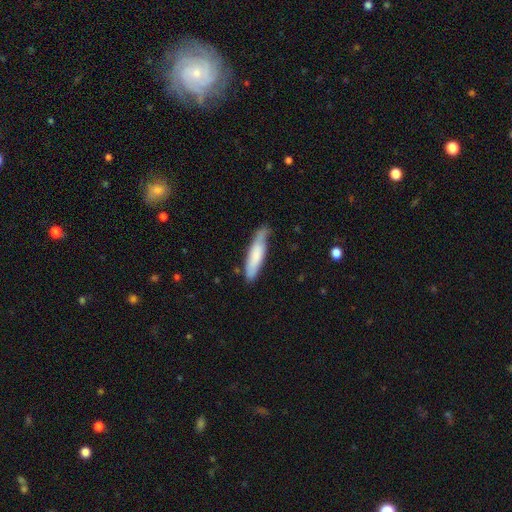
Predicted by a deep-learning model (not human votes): smooth-or-featured: smooth: 70% | featured or disk: 24% | star or artifact: 5%
  how-rounded: cigar-shaped: 77% | in between: 22% | round: 1%
  merging: none: 63% | minor disturbance: 28% | major disturbance: 6% | merger: 2%